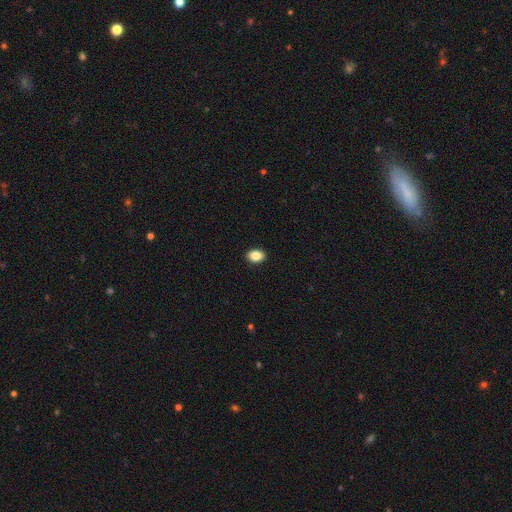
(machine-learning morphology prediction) smooth-or-featured: smooth: 87% | star or artifact: 8% | featured or disk: 5%
  how-rounded: in between: 76% | round: 23% | cigar-shaped: 1%
  merging: none: 91% | minor disturbance: 6% | major disturbance: 2% | merger: 1%